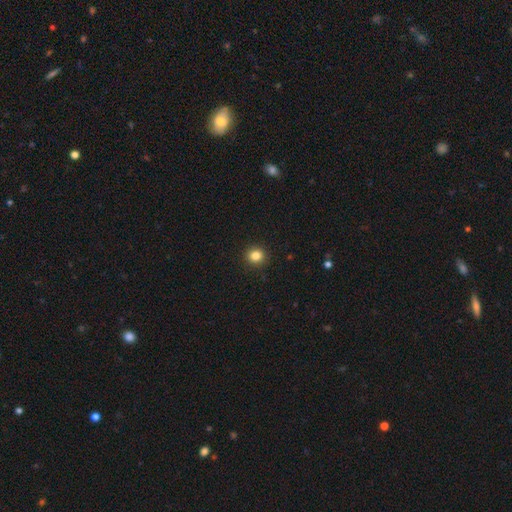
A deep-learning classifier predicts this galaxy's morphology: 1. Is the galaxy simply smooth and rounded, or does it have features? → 84% smooth, 11% star or artifact, 4% featured or disk.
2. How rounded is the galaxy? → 82% round, 17% in between, 1% cigar-shaped.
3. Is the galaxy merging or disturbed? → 92% none, 5% minor disturbance, 2% major disturbance, 1% merger.